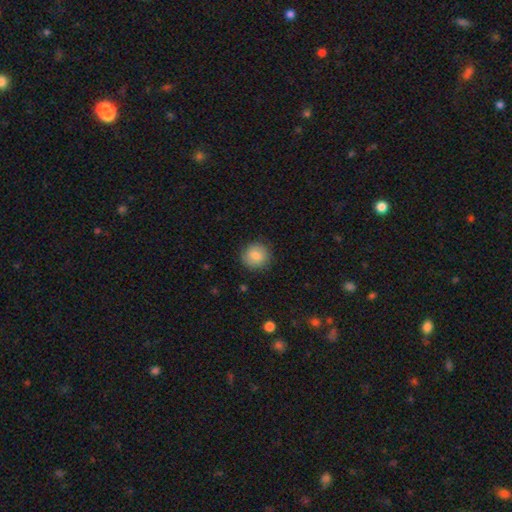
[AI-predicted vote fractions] This is clearly a smooth galaxy (83%). How rounded: clearly round (87%). Merging: clearly none (86%).